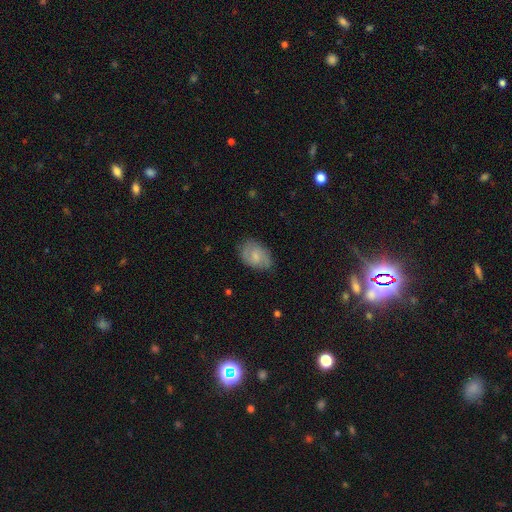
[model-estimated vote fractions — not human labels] This appears to be a smooth galaxy with no disk features (47%). Merging: none (71%).